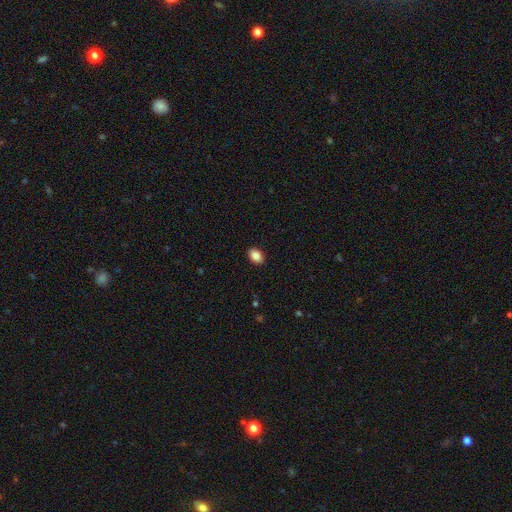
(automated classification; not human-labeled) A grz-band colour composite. It shows a smooth galaxy with no disk features (87%) that is in between round and cigar-shaped (85%). Merging: none (90%).